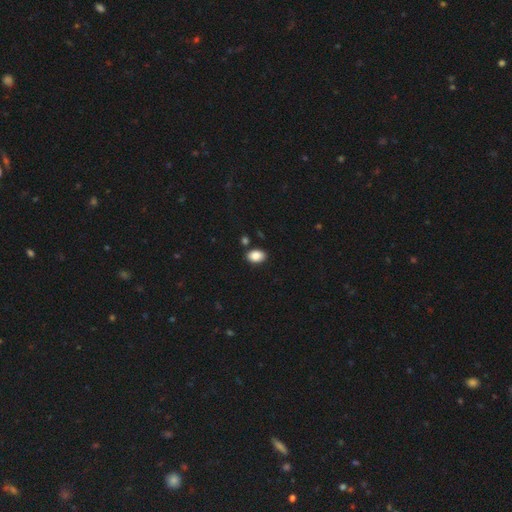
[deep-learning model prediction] This is clearly a smooth galaxy (88%). How rounded: clearly in between (85%). Merging: clearly none (85%).